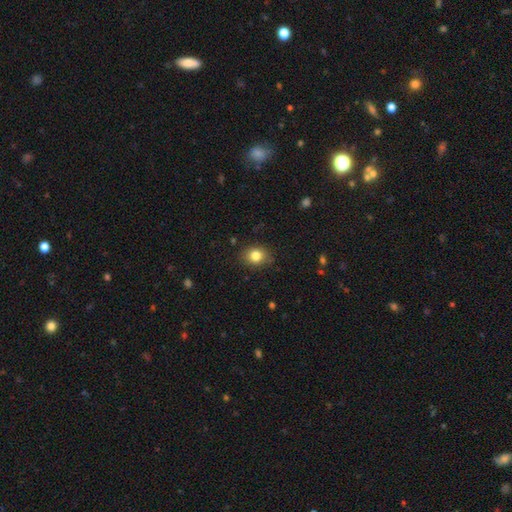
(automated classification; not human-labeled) Q: Smooth or featured?
A: smooth (82%); runner-up: star or artifact (10%)
Q: How rounded?
A: round (60%); runner-up: in between (39%)
Q: Merging?
A: none (84%); runner-up: minor disturbance (12%)